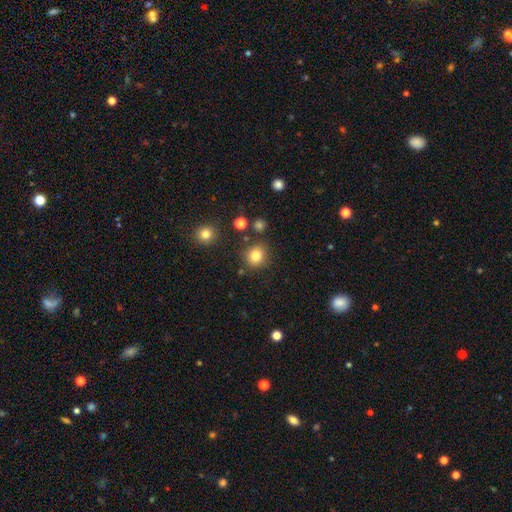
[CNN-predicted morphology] Smooth or featured: smooth — 82% (star or artifact — 12%)
How rounded: round — 88% (in between — 11%)
Merging: none — 84% (minor disturbance — 9%)